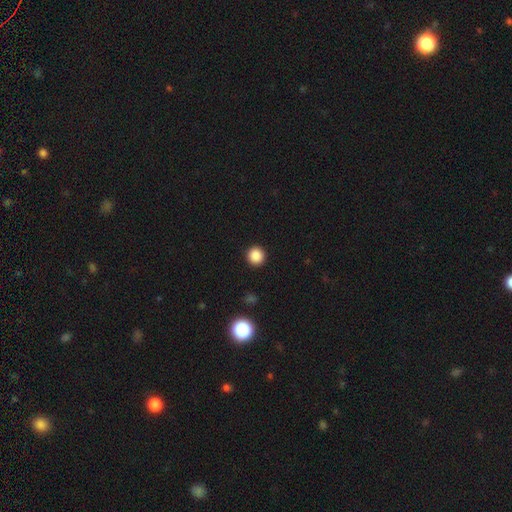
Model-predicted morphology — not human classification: Smooth or featured? smooth (87%)
How rounded? round (95%)
Merging? none (93%)